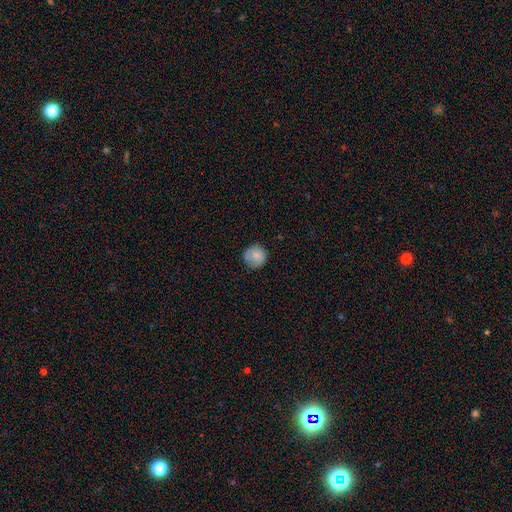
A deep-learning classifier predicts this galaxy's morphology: A smooth galaxy with no disk features (82%) that is round (92%). Merging: none (78%).